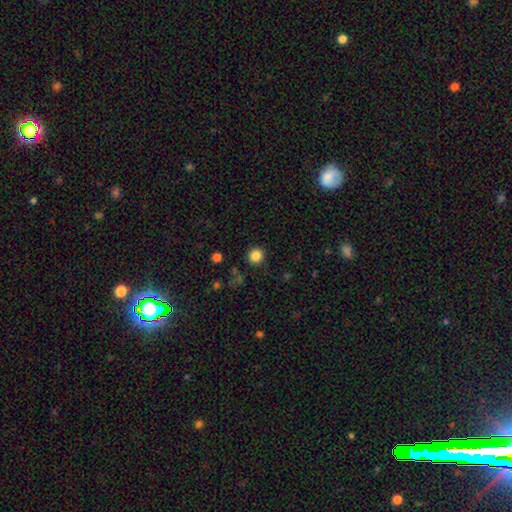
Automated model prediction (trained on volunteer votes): Smooth or featured? smooth (85%)
How rounded? round (94%)
Merging? none (90%)